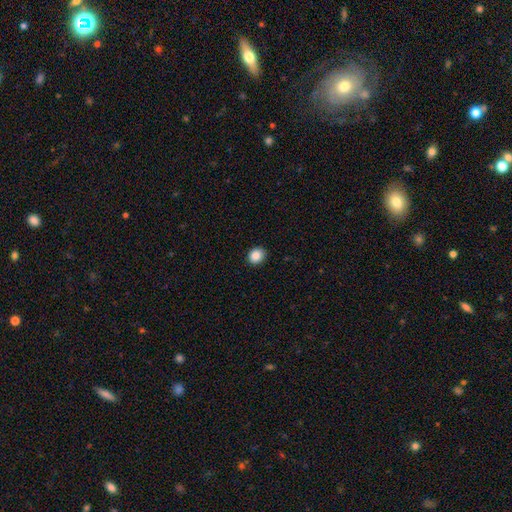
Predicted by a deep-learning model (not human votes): Smooth or featured? Predicted: smooth (p=0.88). How rounded? Predicted: round (p=0.68). Merging? Predicted: none (p=0.91).